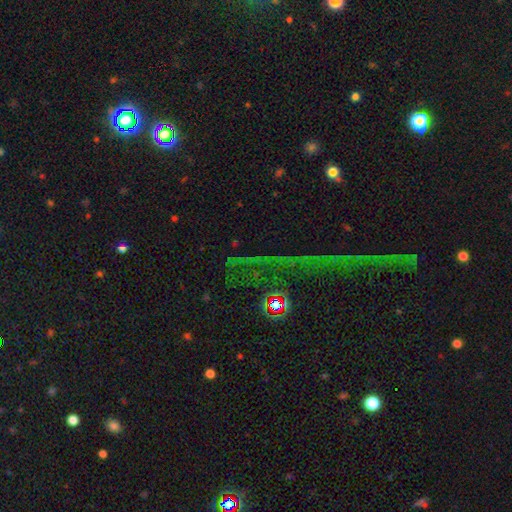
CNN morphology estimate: smooth_or_featured: star or artifact (p=0.77) [alt: featured or disk p=0.11]